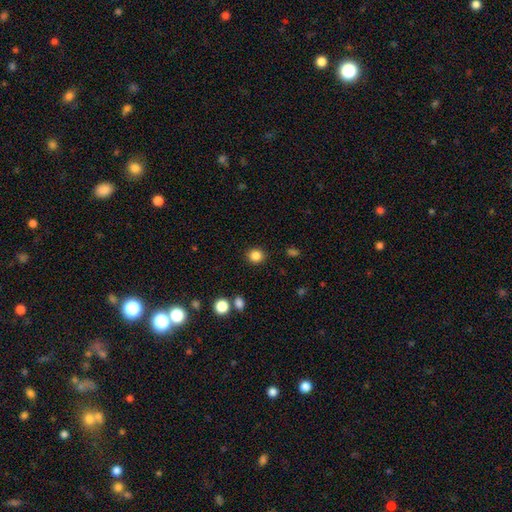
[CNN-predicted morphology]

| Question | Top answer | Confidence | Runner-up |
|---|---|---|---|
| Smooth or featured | smooth | 85% | star or artifact (11%) |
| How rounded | round | 85% | in between (14%) |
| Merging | none | 90% | minor disturbance (6%) |